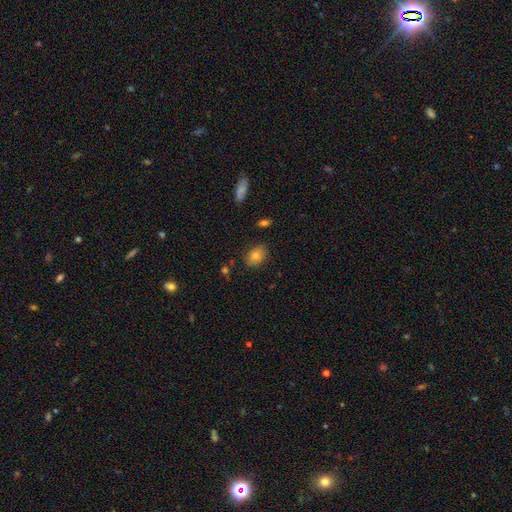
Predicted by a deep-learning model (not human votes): Morphology: type=smooth (76%); roundness=in between (78%); merging=none (82%).